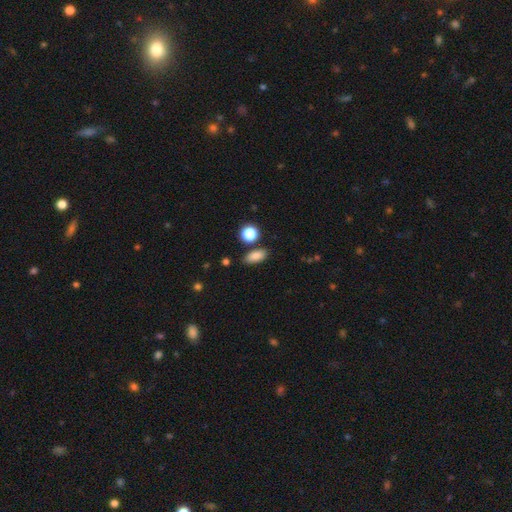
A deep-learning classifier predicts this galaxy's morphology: Overall: smooth (84%). How rounded: in between (83%). Merging: none (81%).